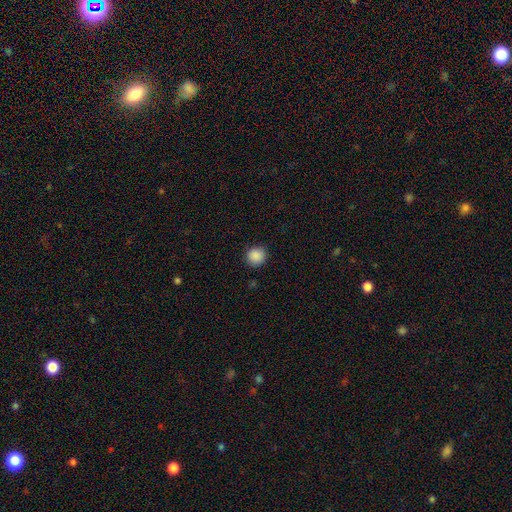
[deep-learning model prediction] smooth-or-featured: smooth: 88% | star or artifact: 9% | featured or disk: 3%
  how-rounded: round: 91% | in between: 8% | cigar-shaped: 1%
  merging: none: 89% | minor disturbance: 8% | major disturbance: 2% | merger: 1%